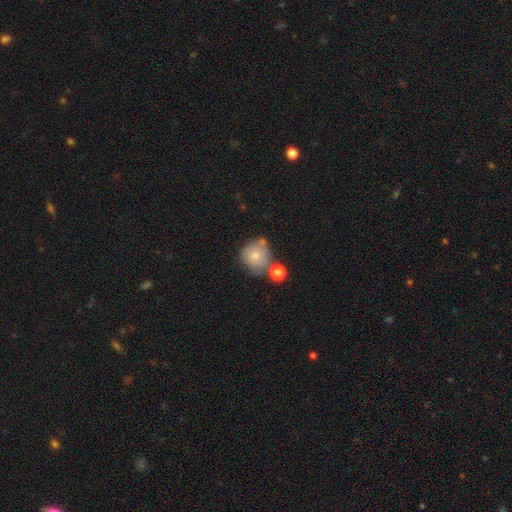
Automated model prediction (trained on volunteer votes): Smooth or featured?
  - smooth: 68% *
  - featured or disk: 23%
  - star or artifact: 9%
How rounded?
  - round: 85% *
  - in between: 14%
  - cigar-shaped: 1%
Merging?
  - none: 44% *
  - merger: 26%
  - minor disturbance: 21%
  - major disturbance: 9%